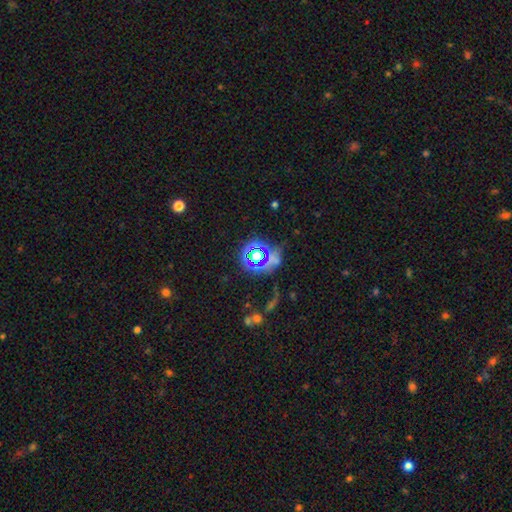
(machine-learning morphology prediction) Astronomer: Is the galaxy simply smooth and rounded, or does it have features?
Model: star or artifact — 62%.